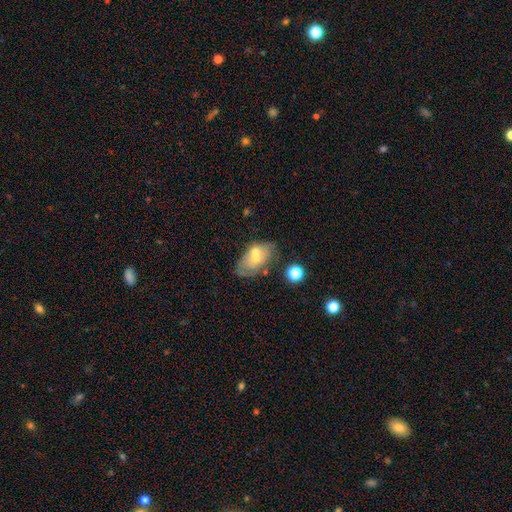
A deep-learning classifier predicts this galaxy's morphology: The model was most divided on "merging": none: 37%, merger: 32%, minor disturbance: 20%, major disturbance: 11%. More confident: how rounded — in between (88%); smooth or featured — smooth (52%).